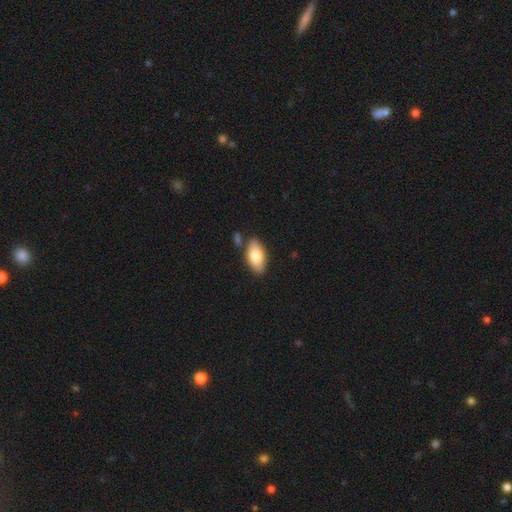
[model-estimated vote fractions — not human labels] Q: Smooth or featured?
A: smooth (76%); runner-up: featured or disk (17%)
Q: How rounded?
A: in between (92%); runner-up: cigar-shaped (5%)
Q: Merging?
A: none (78%); runner-up: minor disturbance (12%)